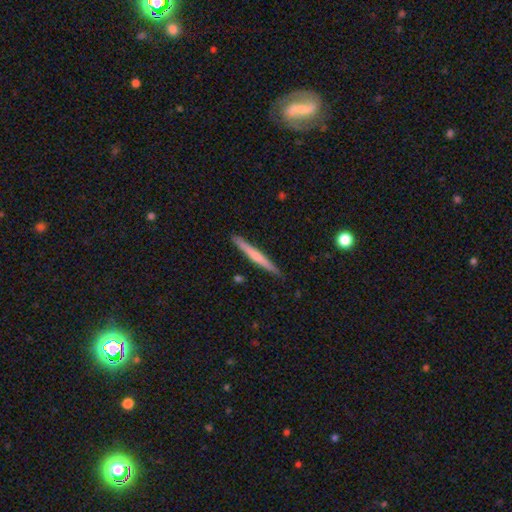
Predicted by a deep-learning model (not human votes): smooth_or_featured: smooth (p=0.51) [alt: featured or disk p=0.43]
how_rounded: cigar-shaped (p=0.96) [alt: in between p=0.02]
merging: none (p=0.89) [alt: minor disturbance p=0.08]